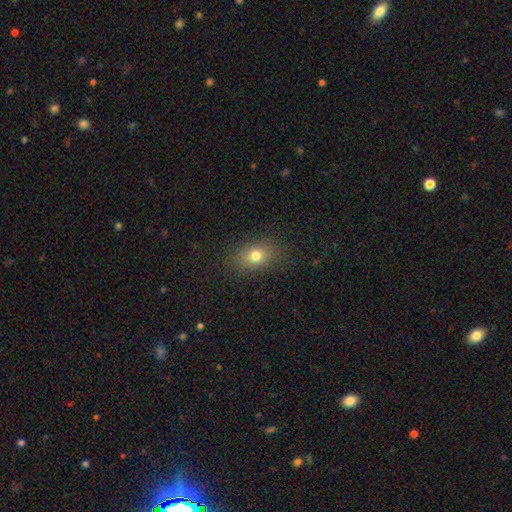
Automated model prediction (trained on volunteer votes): Q: Smooth or featured?
A: smooth (76%); runner-up: star or artifact (13%)
Q: How rounded?
A: in between (70%); runner-up: round (28%)
Q: Merging?
A: none (85%); runner-up: minor disturbance (10%)